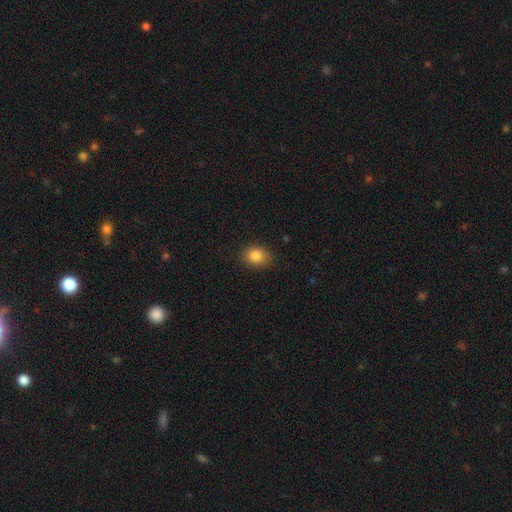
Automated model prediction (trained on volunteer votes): A smooth galaxy with no disk features (84%) that is in between round and cigar-shaped (53%).

Vote fractions:
- Smooth or featured? smooth: 84% / star or artifact: 10% / featured or disk: 6%
- How rounded? in between: 53% / round: 46% / cigar-shaped: 1%
- Merging? none: 87% / minor disturbance: 10% / major disturbance: 3% / merger: 1%